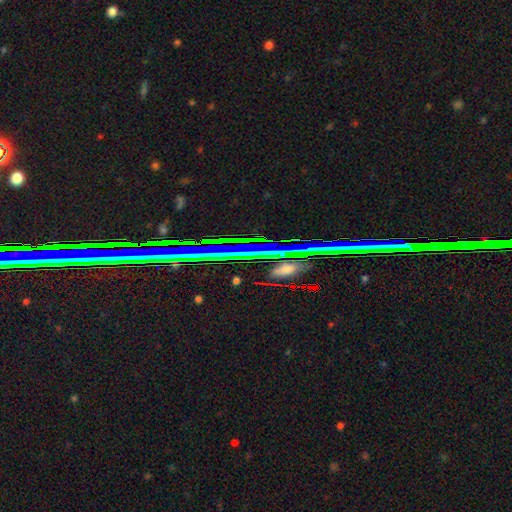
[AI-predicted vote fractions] Morphology: type=star or artifact (81%).